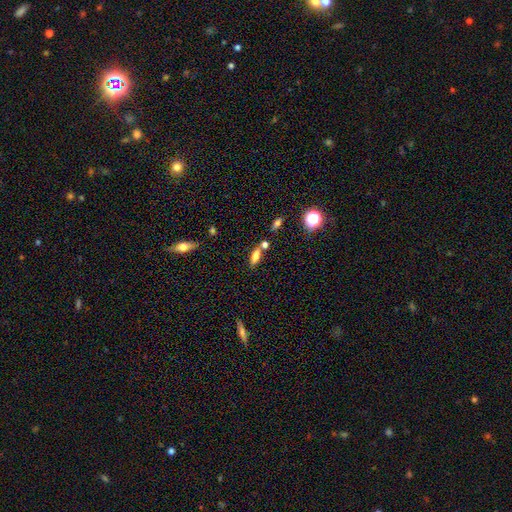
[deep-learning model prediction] Smooth or featured?
  - smooth: 66% *
  - featured or disk: 23%
  - star or artifact: 12%
How rounded?
  - in between: 67% *
  - cigar-shaped: 29%
  - round: 5%
Merging?
  - none: 65% *
  - merger: 18%
  - minor disturbance: 13%
  - major disturbance: 4%